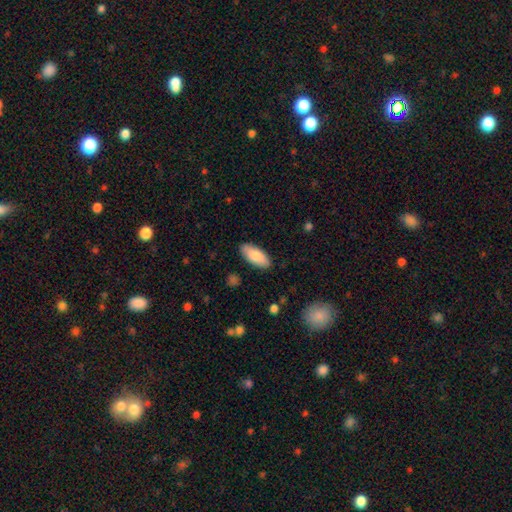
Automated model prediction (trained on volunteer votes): A smooth galaxy with no disk features (83%) that is in between round and cigar-shaped (86%).

Vote fractions:
- Smooth or featured? smooth: 83% / featured or disk: 11% / star or artifact: 6%
- How rounded? in between: 86% / cigar-shaped: 12% / round: 2%
- Merging? none: 87% / minor disturbance: 9% / major disturbance: 2% / merger: 1%